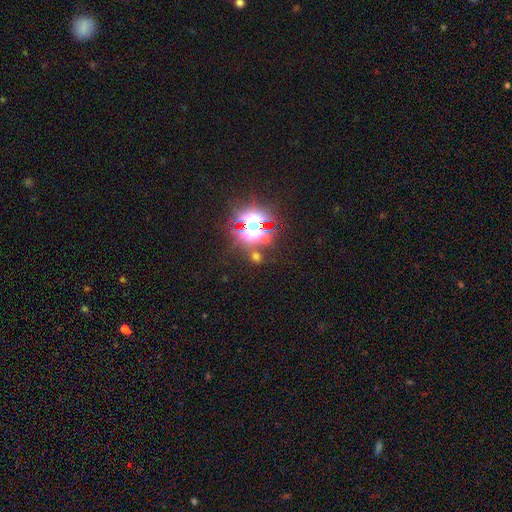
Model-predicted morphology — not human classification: A star or artifact, not a galaxy (75%).

Vote fractions:
- Smooth or featured? star or artifact: 75% / smooth: 17% / featured or disk: 8%